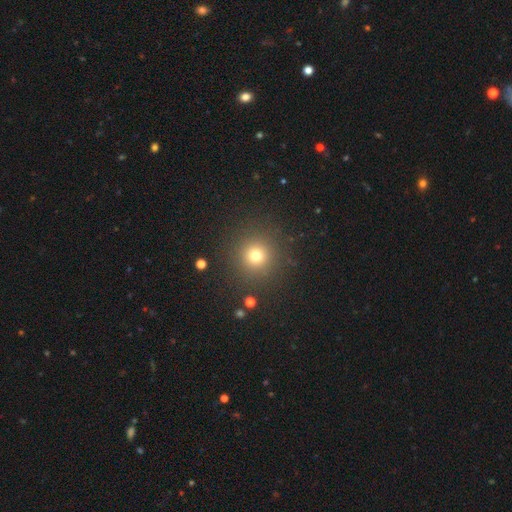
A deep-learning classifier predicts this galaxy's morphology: smooth 73%, star or artifact 19%, featured or disk 8%. Down the decision tree: how rounded — round (95%); merging — none (89%).